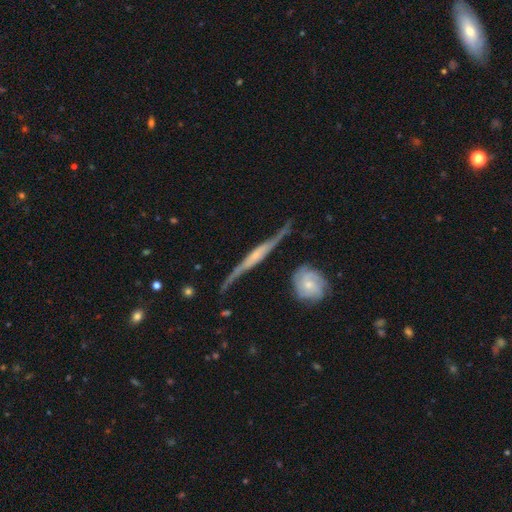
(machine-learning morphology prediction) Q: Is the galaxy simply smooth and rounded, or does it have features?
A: featured or disk — 84%.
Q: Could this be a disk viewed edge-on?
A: yes — 83%.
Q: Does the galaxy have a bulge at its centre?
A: rounded — 47%.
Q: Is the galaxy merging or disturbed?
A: none — 64%.